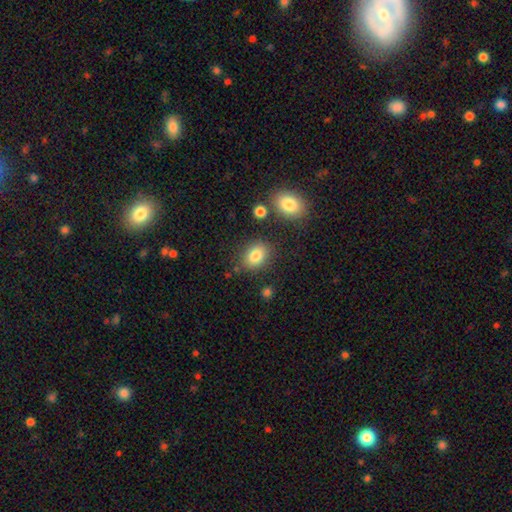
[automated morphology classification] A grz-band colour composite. It shows a smooth galaxy with no disk features (83%) that is in between round and cigar-shaped (64%). Merging: none (80%).